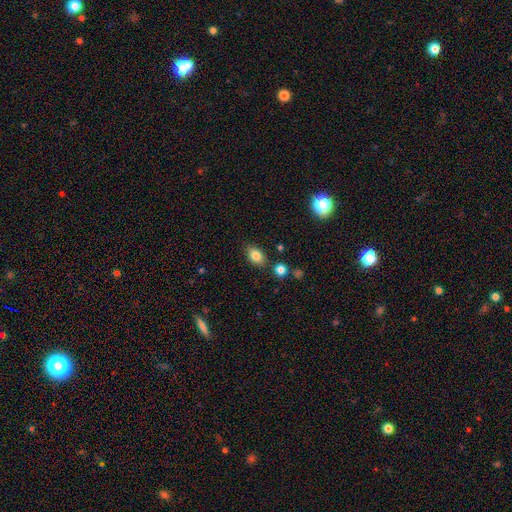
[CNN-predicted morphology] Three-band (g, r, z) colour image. It shows a smooth galaxy with no disk features (82%) that is in between round and cigar-shaped (84%). Merging: none (81%).